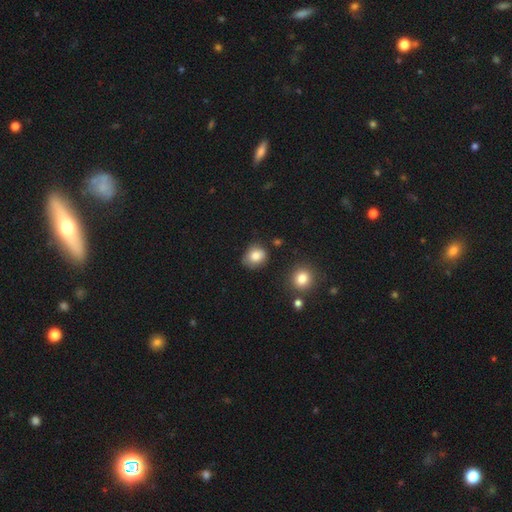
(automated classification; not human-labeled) Q: Smooth or featured?
A: smooth (82%); runner-up: star or artifact (10%)
Q: How rounded?
A: round (67%); runner-up: in between (32%)
Q: Merging?
A: none (70%); runner-up: minor disturbance (22%)